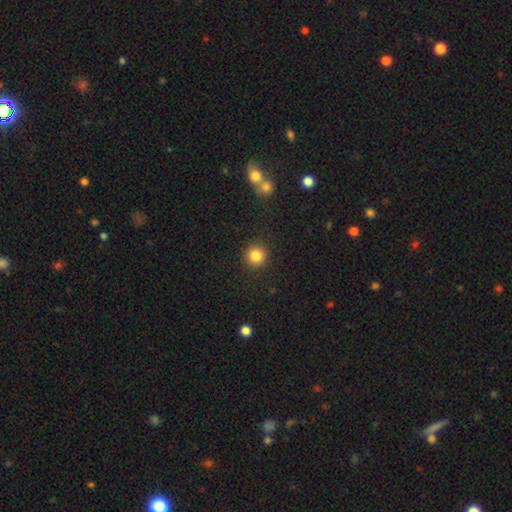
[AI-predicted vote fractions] Smooth or featured? smooth (84%)
How rounded? round (94%)
Merging? none (92%)